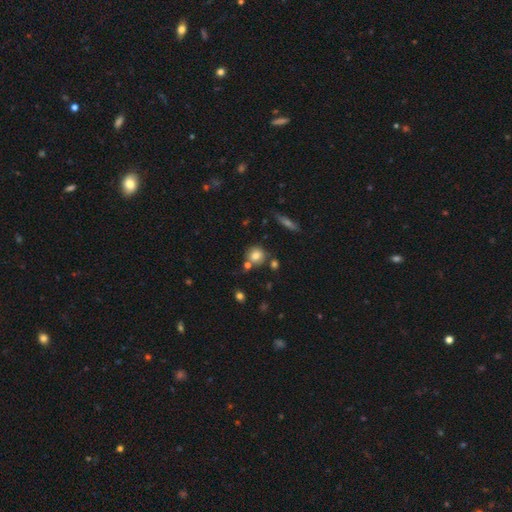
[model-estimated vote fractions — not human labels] Smooth or featured: smooth — 78% (star or artifact — 11%)
How rounded: round — 85% (in between — 13%)
Merging: none — 66% (merger — 16%)